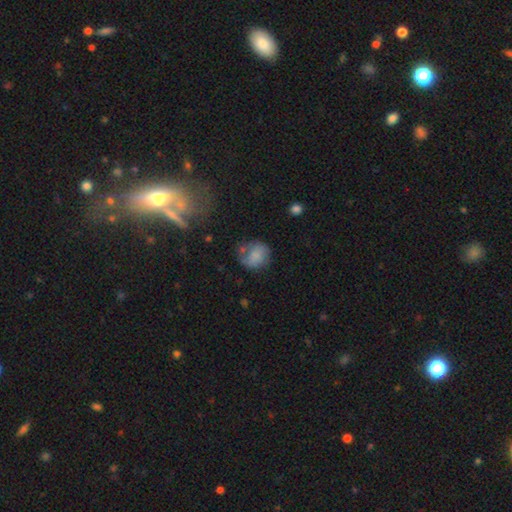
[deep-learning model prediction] Q: Smooth or featured?
A: smooth (67%); runner-up: featured or disk (24%)
Q: How rounded?
A: round (74%); runner-up: in between (25%)
Q: Merging?
A: none (51%); runner-up: minor disturbance (27%)